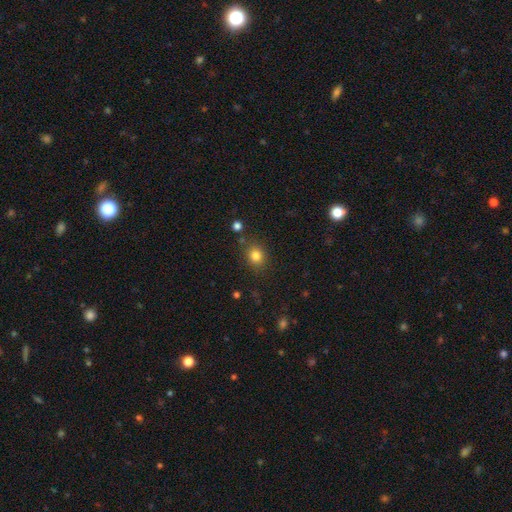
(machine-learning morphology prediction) Smooth or featured? Predicted: smooth (p=0.83). How rounded? Predicted: round (p=0.69). Merging? Predicted: none (p=0.82).